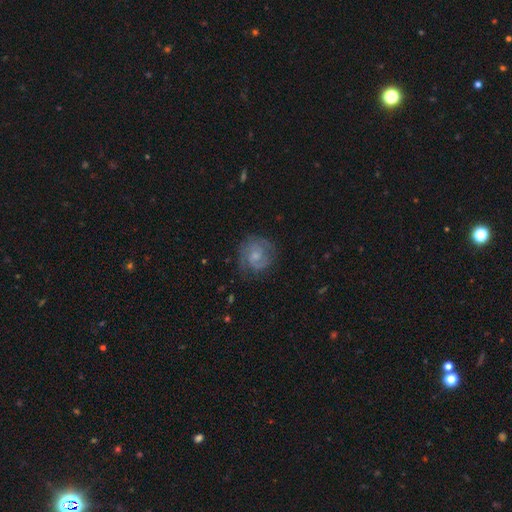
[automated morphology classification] type=featured or disk (70%); edge-on=no (98%); bar=no (61%); spiral arms=yes (89%); winding=tight (54%); arm count=2 (60%); bulge=small (49%); merging=none (72%).